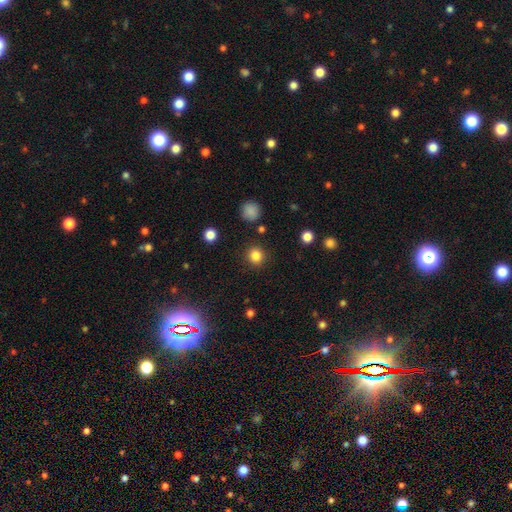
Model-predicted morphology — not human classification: The model was most divided on "smooth or featured": smooth: 83%, star or artifact: 12%, featured or disk: 5%. More confident: how rounded — round (91%); merging — none (89%).